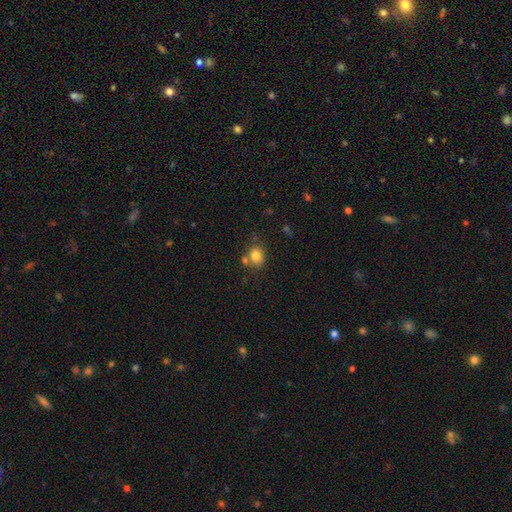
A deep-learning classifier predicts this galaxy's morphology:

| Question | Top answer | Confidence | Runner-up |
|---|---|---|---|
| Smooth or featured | smooth | 80% | star or artifact (11%) |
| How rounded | round | 62% | in between (37%) |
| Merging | none | 59% | merger (21%) |